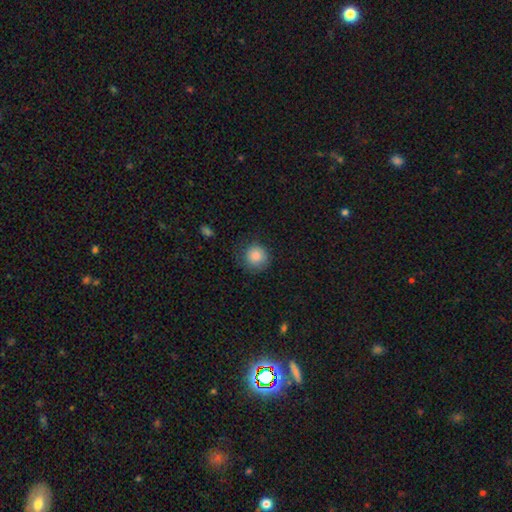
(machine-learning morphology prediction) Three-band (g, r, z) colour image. It shows a smooth galaxy with no disk features (85%) that is round (92%). Merging: none (78%).